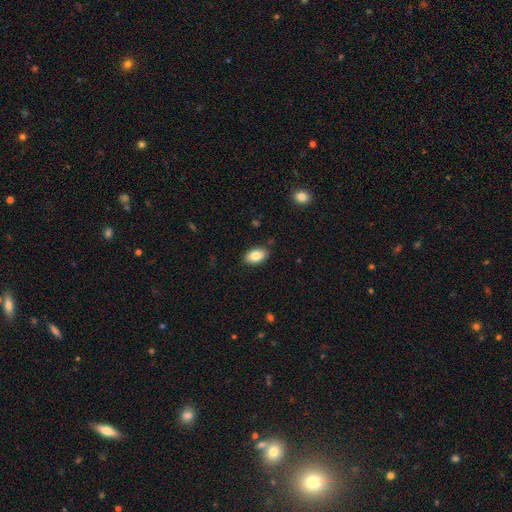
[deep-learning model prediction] Overall: smooth (83%). How rounded: in between (93%). Merging: none (86%).